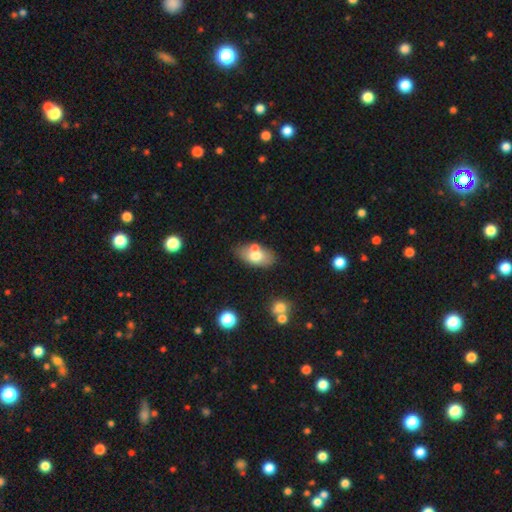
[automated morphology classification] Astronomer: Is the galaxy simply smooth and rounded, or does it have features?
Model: smooth — 68%.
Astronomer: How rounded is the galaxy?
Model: in between — 91%.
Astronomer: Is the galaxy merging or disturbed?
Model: none — 60%.